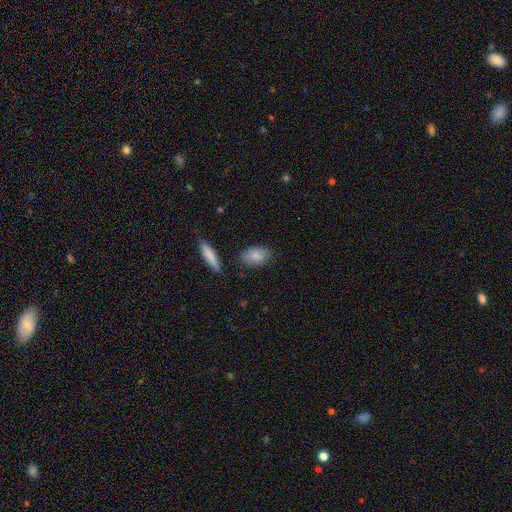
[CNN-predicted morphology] This is clearly a smooth galaxy (85%). How rounded: clearly in between (89%). Merging: clearly none (80%).